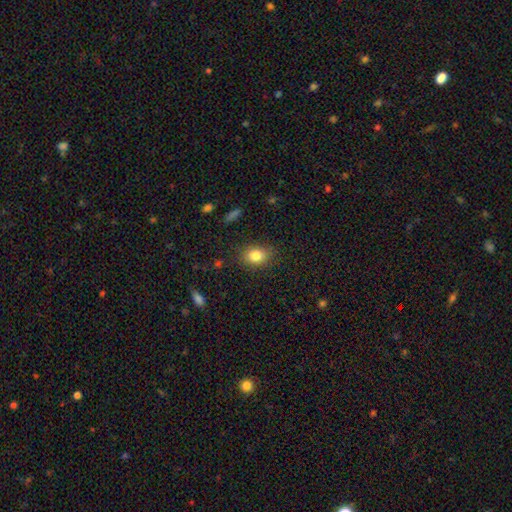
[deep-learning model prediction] Smooth or featured? Predicted: smooth (p=0.83). How rounded? Predicted: in between (p=0.64). Merging? Predicted: none (p=0.84).